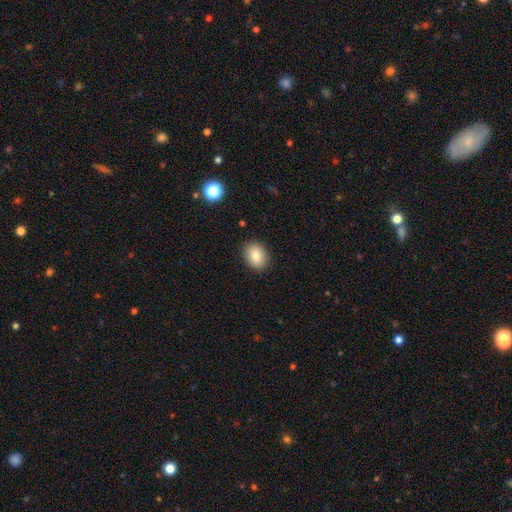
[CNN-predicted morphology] This appears to be a smooth galaxy with no disk features (84%) that is in between round and cigar-shaped (61%). Merging: none (89%).